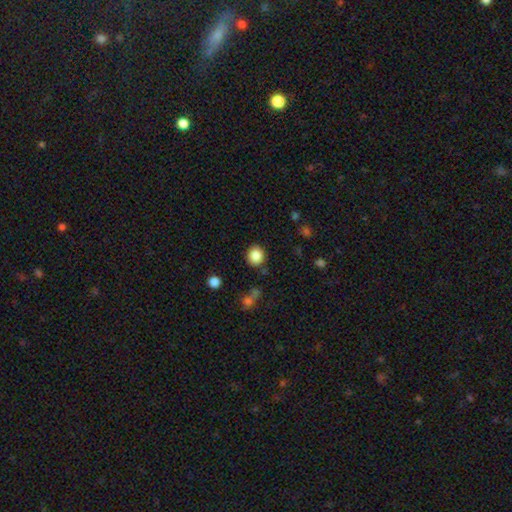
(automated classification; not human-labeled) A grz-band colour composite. It shows a smooth galaxy with no disk features (86%) that is round (82%). Merging: none (87%).